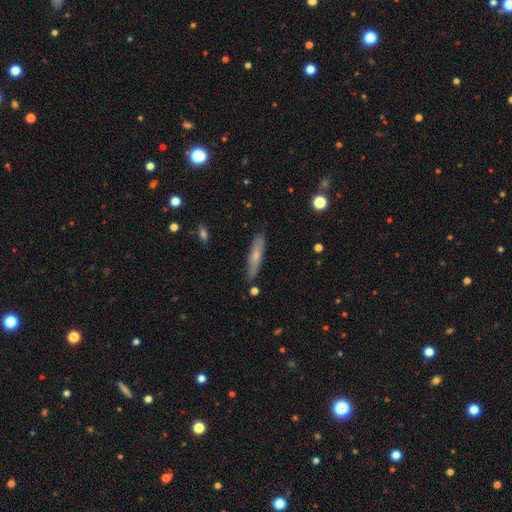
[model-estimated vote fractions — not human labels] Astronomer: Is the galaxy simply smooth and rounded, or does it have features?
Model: smooth — 59% (runner-up: featured or disk, 35%).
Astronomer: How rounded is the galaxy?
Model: cigar-shaped — 86%.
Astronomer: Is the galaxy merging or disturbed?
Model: none — 80%.